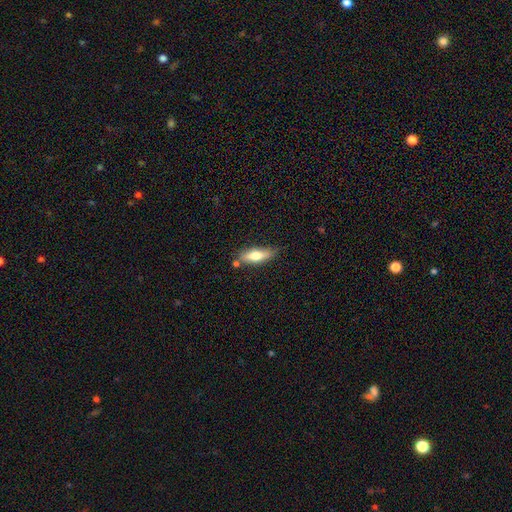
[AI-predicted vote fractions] Smooth or featured? Predicted: smooth (p=0.64). How rounded? Predicted: in between (p=0.49, tied with cigar-shaped). Merging? Predicted: none (p=0.70).